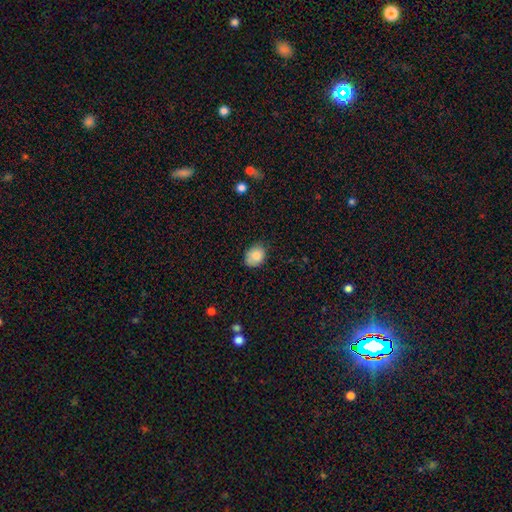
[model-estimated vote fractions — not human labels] The model was most divided on "how rounded": in between: 56%, round: 43%, cigar-shaped: 1%. More confident: smooth or featured — smooth (84%); merging — none (71%).